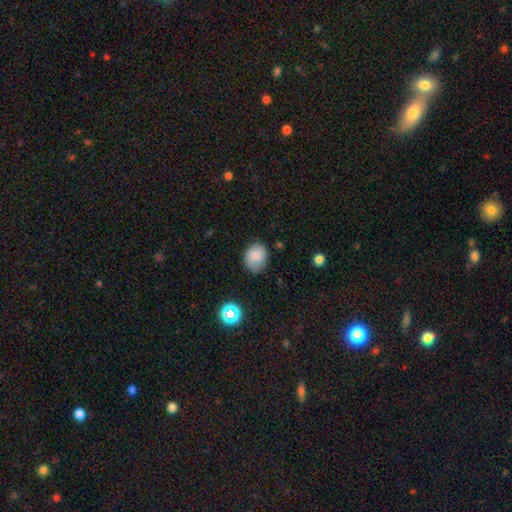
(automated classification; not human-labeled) smooth-or-featured: smooth: 80% | star or artifact: 10% | featured or disk: 9%
  how-rounded: round: 51% | in between: 48% | cigar-shaped: 1%
  merging: none: 70% | minor disturbance: 23% | major disturbance: 5% | merger: 2%